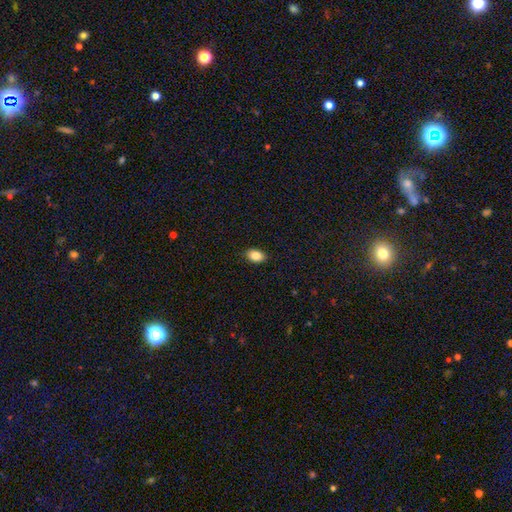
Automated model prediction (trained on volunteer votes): This is clearly a smooth galaxy (86%). How rounded: clearly in between (88%). Merging: clearly none (89%).